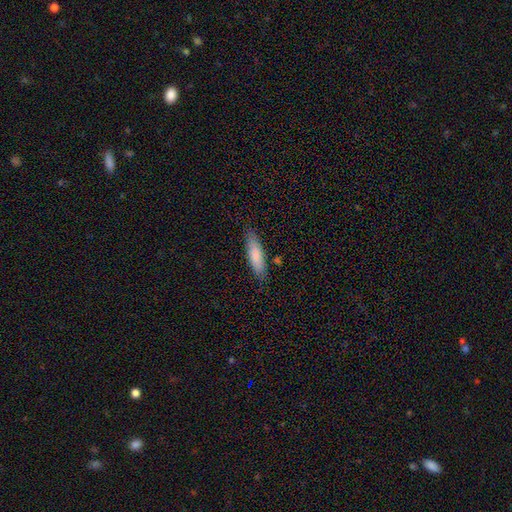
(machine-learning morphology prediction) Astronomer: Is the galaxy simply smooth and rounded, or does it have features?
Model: smooth — 81%.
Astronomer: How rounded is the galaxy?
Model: cigar-shaped — 63%.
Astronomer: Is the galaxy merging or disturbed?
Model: none — 82%.